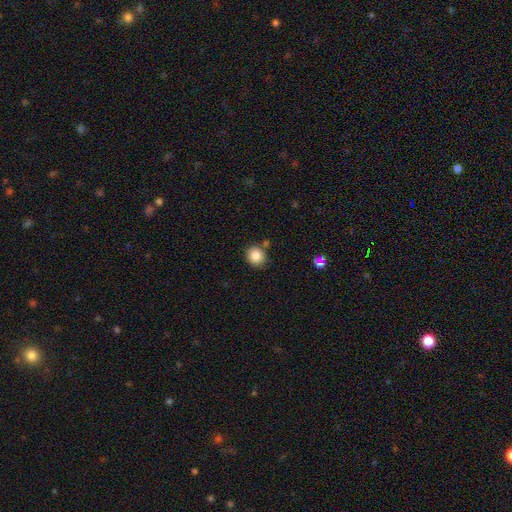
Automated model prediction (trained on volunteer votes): Q: Smooth or featured?
A: smooth (85%); runner-up: star or artifact (9%)
Q: How rounded?
A: round (84%); runner-up: in between (15%)
Q: Merging?
A: none (81%); runner-up: minor disturbance (10%)